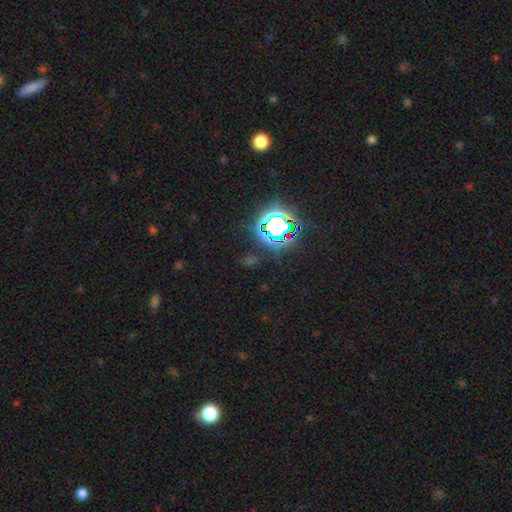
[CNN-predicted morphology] smooth_or_featured: star or artifact (p=0.79) [alt: smooth p=0.14]